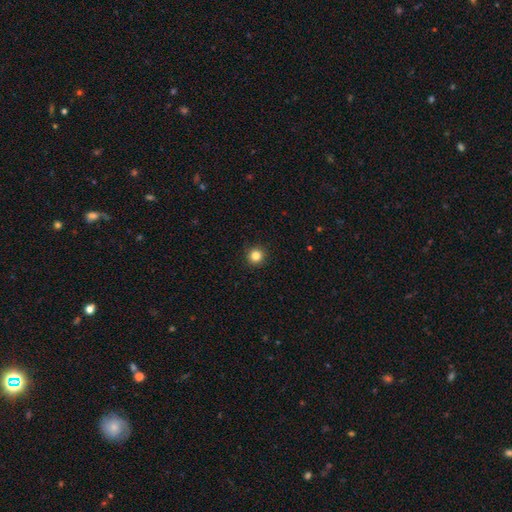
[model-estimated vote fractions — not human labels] This appears to be a smooth galaxy with no disk features (84%) that is round (95%). Merging: none (93%).